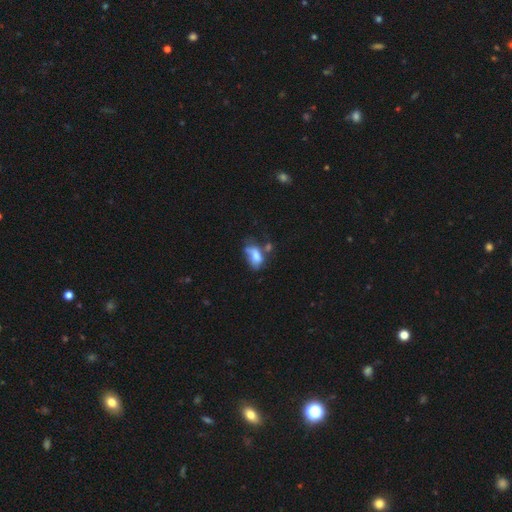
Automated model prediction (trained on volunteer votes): This is likely a smooth galaxy (64%). How rounded: clearly in between (87%). Merging: marginally none (26%).